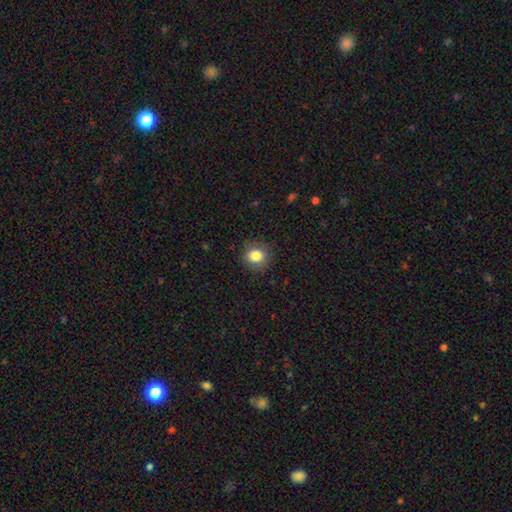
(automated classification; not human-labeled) This is clearly a smooth galaxy (85%). How rounded: likely round (79%). Merging: clearly none (85%).